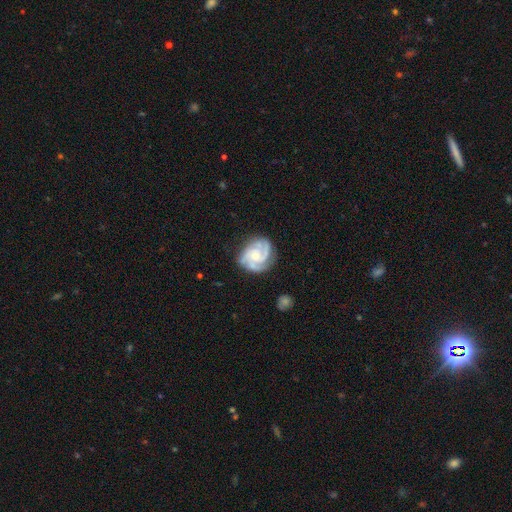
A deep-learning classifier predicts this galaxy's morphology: A featured or disk galaxy (85%) with no bar (71%), 3 (57%) tight (51%) spiral arms (97%) and a small central bulge (50%). Merging: none (71%).